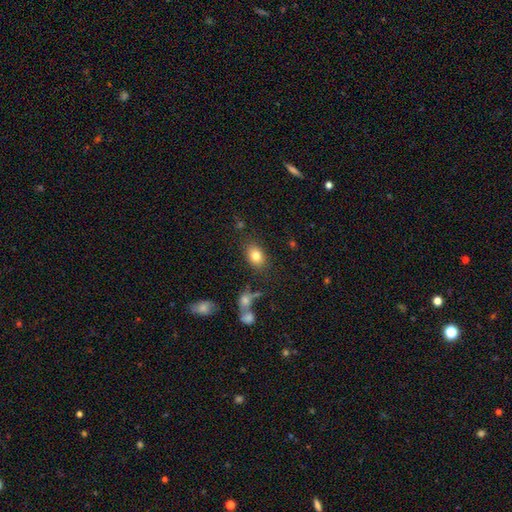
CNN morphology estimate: Smooth or featured? Predicted: smooth (p=0.81). How rounded? Predicted: in between (p=0.76). Merging? Predicted: none (p=0.81).